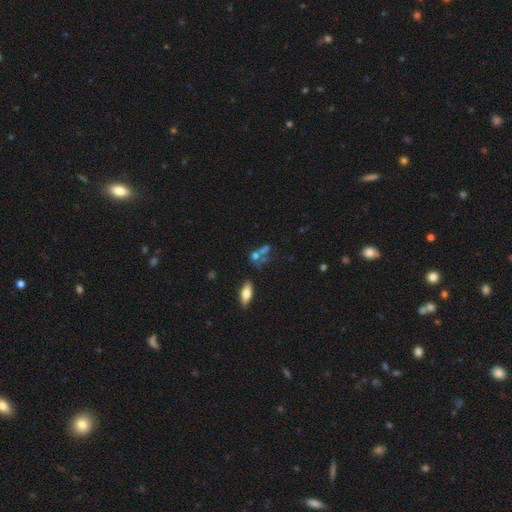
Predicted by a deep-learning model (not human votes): Overall: smooth (51%; featured or disk 29%). How rounded: in between (54%; round 31%). Merging: none (38%; merger 37%).